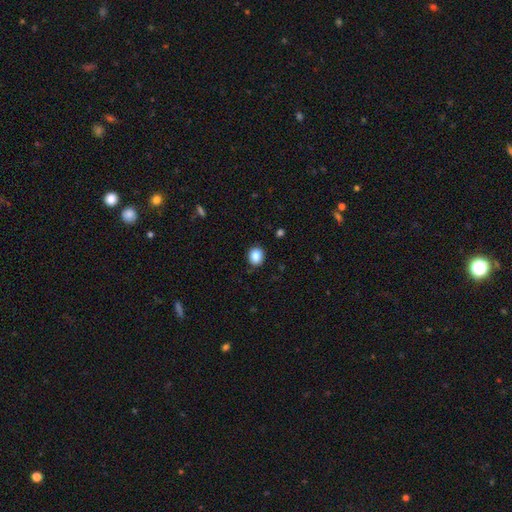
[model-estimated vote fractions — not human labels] Smooth or featured?
  - smooth: 86% *
  - star or artifact: 9%
  - featured or disk: 5%
How rounded?
  - round: 64% *
  - in between: 35%
  - cigar-shaped: 1%
Merging?
  - none: 86% *
  - minor disturbance: 10%
  - major disturbance: 2%
  - merger: 1%